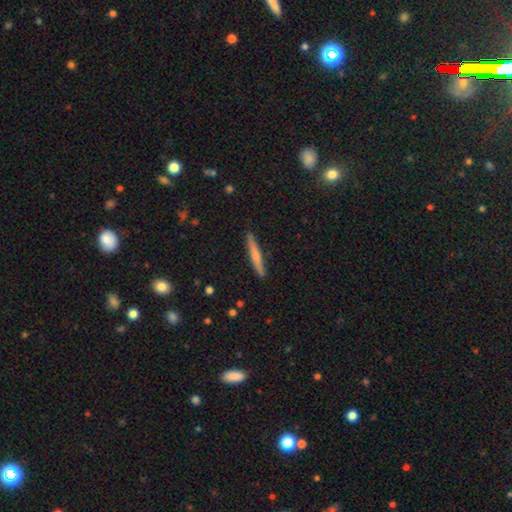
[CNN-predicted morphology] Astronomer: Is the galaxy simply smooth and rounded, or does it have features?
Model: smooth — 59% (runner-up: featured or disk, 35%).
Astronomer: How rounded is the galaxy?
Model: cigar-shaped — 95%.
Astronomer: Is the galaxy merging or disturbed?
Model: none — 89%.